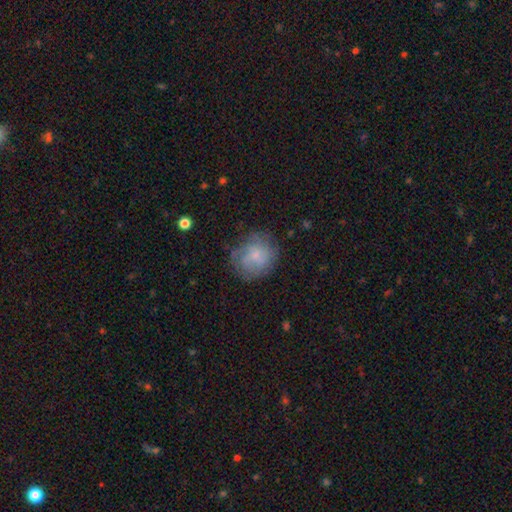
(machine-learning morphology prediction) A smooth galaxy with no disk features (55%) that is round (80%). Merging: none (67%).